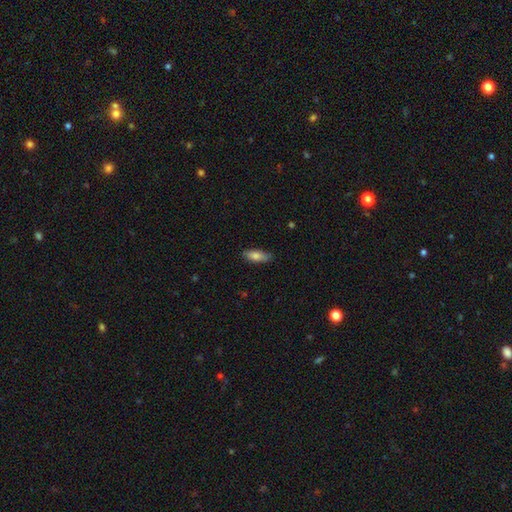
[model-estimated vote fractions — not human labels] Overall: smooth (78%). How rounded: in between (69%; cigar-shaped 29%). Merging: none (83%).